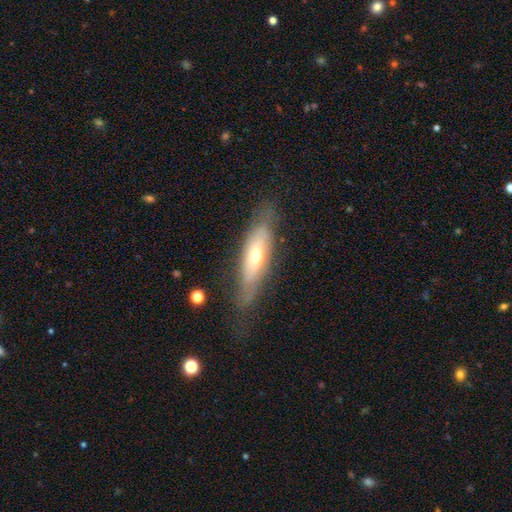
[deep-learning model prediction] Smooth or featured?
  - featured or disk: 55% *
  - smooth: 38%
  - star or artifact: 7%
Edge-on disk?
  - no: 53% *
  - yes: 47%
Merging?
  - none: 68% *
  - minor disturbance: 22%
  - major disturbance: 8%
  - merger: 2%